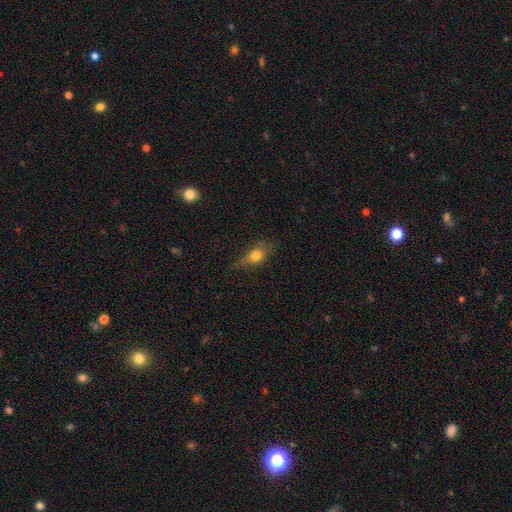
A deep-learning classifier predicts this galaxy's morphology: Smooth or featured?
  - smooth: 66% *
  - featured or disk: 23%
  - star or artifact: 11%
How rounded?
  - in between: 59% *
  - round: 24%
  - cigar-shaped: 17%
Merging?
  - none: 62% *
  - minor disturbance: 27%
  - major disturbance: 9%
  - merger: 2%